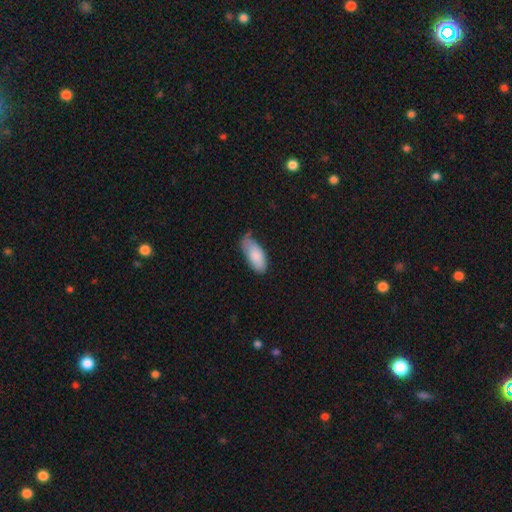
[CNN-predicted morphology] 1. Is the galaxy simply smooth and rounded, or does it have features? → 83% smooth, 11% featured or disk, 5% star or artifact.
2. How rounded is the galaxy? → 90% in between, 8% cigar-shaped, 2% round.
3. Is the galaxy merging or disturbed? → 44% none, 42% minor disturbance, 11% major disturbance, 3% merger.